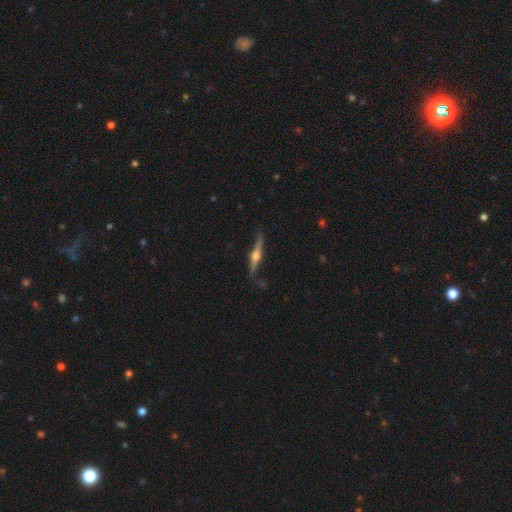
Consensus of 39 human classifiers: Smooth or featured?
  - featured or disk: 72% *
  - smooth: 23%
  - star or artifact: 5%
Edge-on disk?
  - yes: 96% *
  - no: 4%
Edge-on bulge?
  - rounded: 100% *
  - boxy: 0%
  - none: 0%
Merging?
  - none: 78% *
  - minor disturbance: 8%
  - merger: 8%
  - major disturbance: 5%